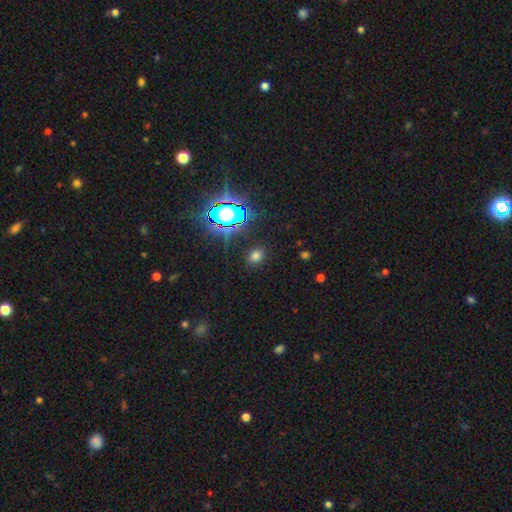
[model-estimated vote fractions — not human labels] smooth_or_featured: smooth (p=0.65) [alt: star or artifact p=0.29]
how_rounded: in between (p=0.50) [alt: round p=0.49]
merging: none (p=0.87) [alt: minor disturbance p=0.09]